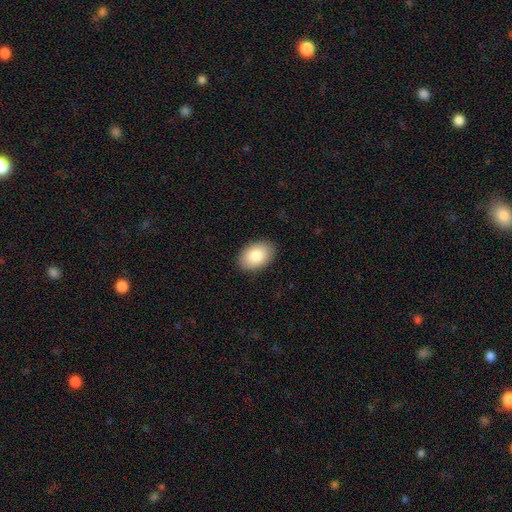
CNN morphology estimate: Smooth or featured?
  - smooth: 85% *
  - featured or disk: 9%
  - star or artifact: 6%
How rounded?
  - in between: 88% *
  - round: 11%
  - cigar-shaped: 1%
Merging?
  - none: 88% *
  - minor disturbance: 9%
  - major disturbance: 2%
  - merger: 1%